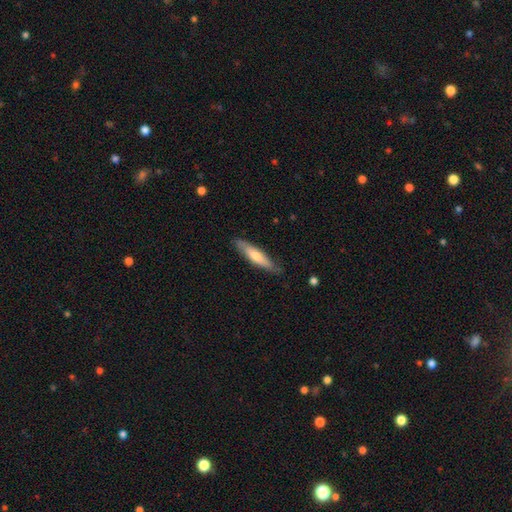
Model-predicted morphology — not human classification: This appears to be a smooth galaxy with no disk features (57%) that is cigar-shaped (82%). Merging: none (83%).